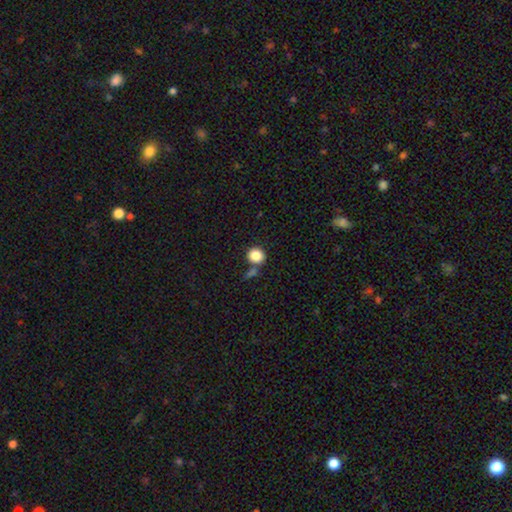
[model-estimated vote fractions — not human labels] This is clearly a smooth galaxy (86%). How rounded: clearly round (83%). Merging: likely none (67%).